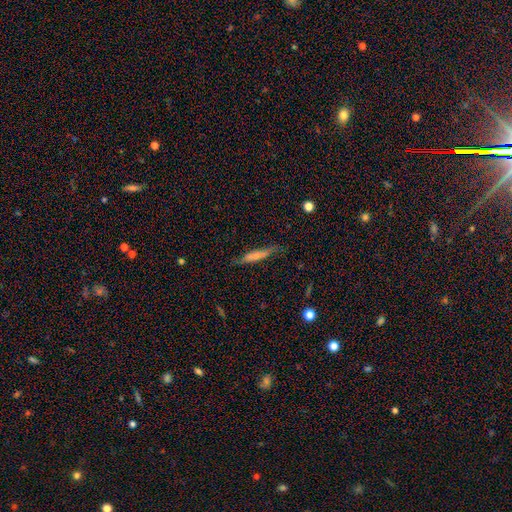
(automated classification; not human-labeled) This appears to be a smooth galaxy with no disk features (61%) that is cigar-shaped (90%). Merging: none (78%).